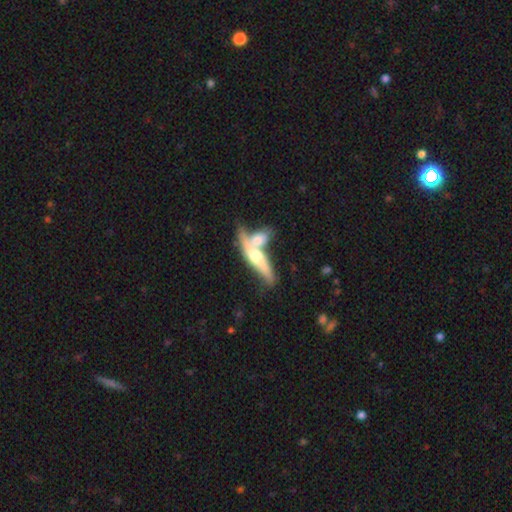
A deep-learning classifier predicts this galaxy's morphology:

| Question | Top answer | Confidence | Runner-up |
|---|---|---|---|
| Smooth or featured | featured or disk | 51% | smooth (43%) |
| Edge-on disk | yes | 60% | no (40%) |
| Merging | merger | 65% | none (20%) |